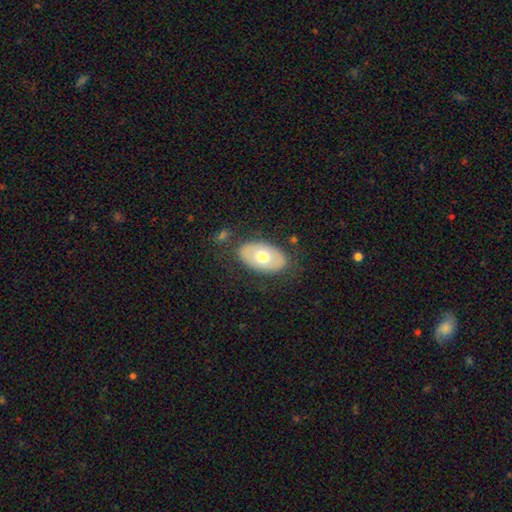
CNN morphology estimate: smooth 47%, featured or disk 42%, star or artifact 10%. Down the decision tree: merging — none (77%).